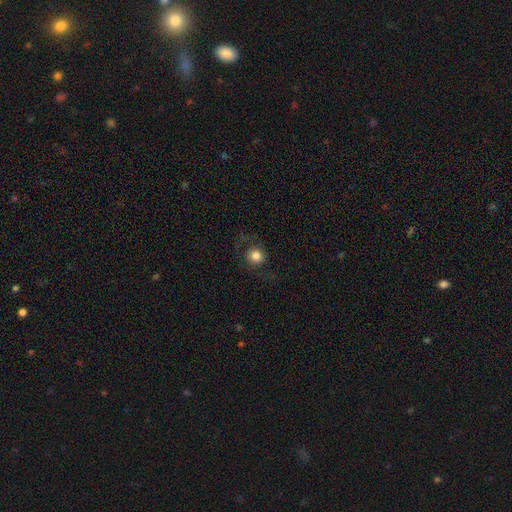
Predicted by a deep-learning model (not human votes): Smooth or featured? Predicted: smooth (p=0.78). How rounded? Predicted: round (p=0.92). Merging? Predicted: none (p=0.79).